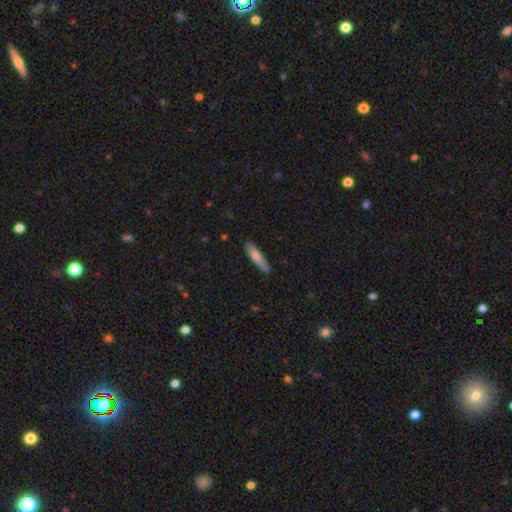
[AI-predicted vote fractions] This appears to be a smooth galaxy with no disk features (71%) that is cigar-shaped (84%). Merging: none (83%).